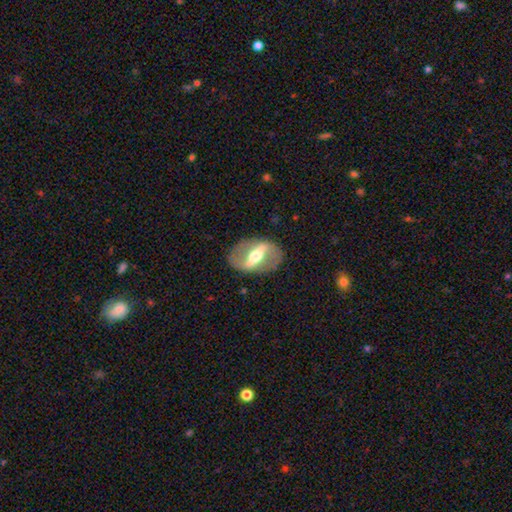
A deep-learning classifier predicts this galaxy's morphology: Smooth or featured? Predicted: featured or disk (p=0.77). Edge-on disk? Predicted: no (p=0.74). Bar? Predicted: strong (p=0.79). Spiral arms? Predicted: no (p=0.67). Bulge size? Predicted: moderate (p=0.65). Merging? Predicted: none (p=0.84).